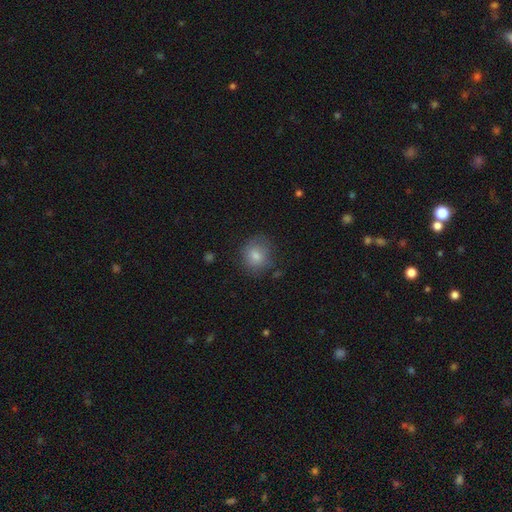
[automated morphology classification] Smooth or featured?
  - smooth: 79% *
  - featured or disk: 12%
  - star or artifact: 9%
How rounded?
  - round: 72% *
  - in between: 27%
  - cigar-shaped: 1%
Merging?
  - none: 69% *
  - minor disturbance: 21%
  - major disturbance: 8%
  - merger: 2%